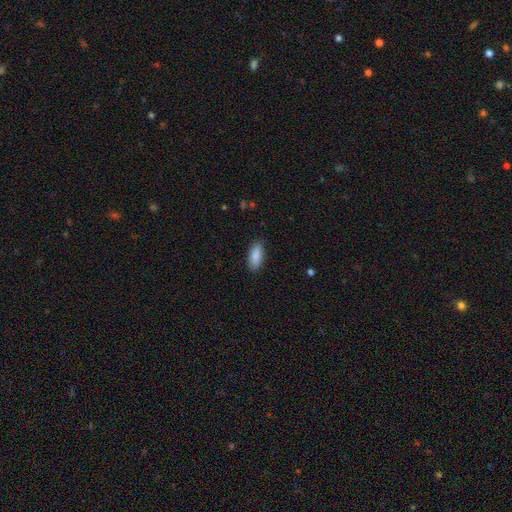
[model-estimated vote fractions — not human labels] Smooth or featured: smooth — 89% (star or artifact — 6%)
How rounded: in between — 80% (cigar-shaped — 18%)
Merging: none — 88% (minor disturbance — 9%)